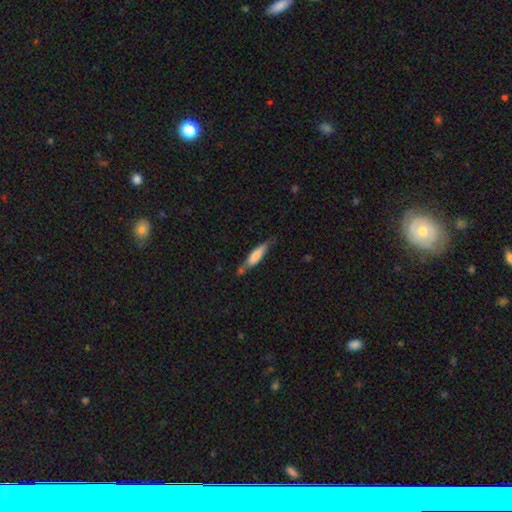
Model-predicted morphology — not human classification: Overall: smooth (72%). How rounded: cigar-shaped (73%). Merging: none (57%; minor disturbance 26%).